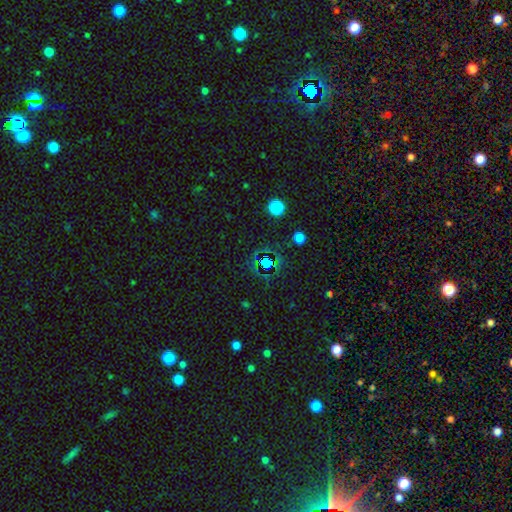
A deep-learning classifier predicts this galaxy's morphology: star or artifact 74%, smooth 16%, featured or disk 11%.